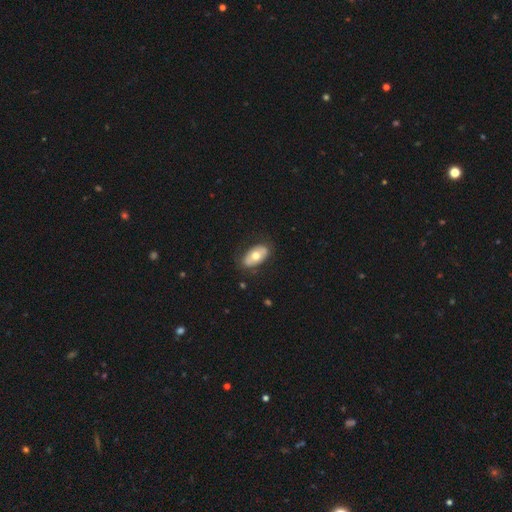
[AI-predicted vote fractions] smooth 59%, featured or disk 36%, star or artifact 6%. Down the decision tree: how rounded — in between (92%); merging — none (80%).